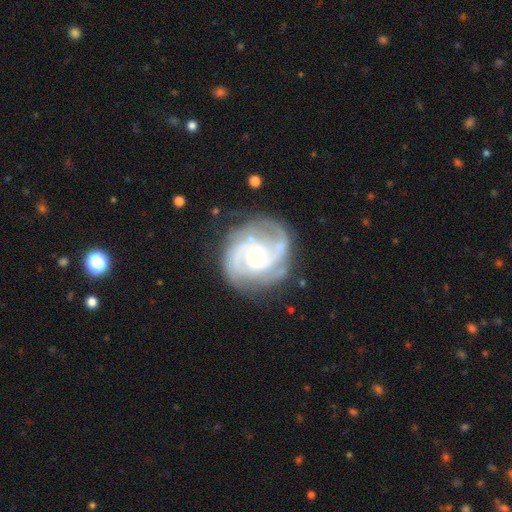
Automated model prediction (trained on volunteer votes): Overall: featured or disk (90%). Edge-on disk: no (98%). Bar: no (68%). Spiral arms: yes (98%). Spiral arm count: 2 (58%; 3 21%). Spiral winding: tight (51%; medium 41%). Bulge size: small (59%; moderate 38%). Merging: none (73%).